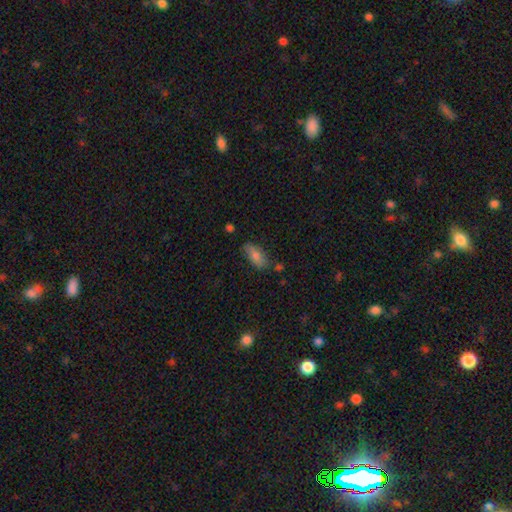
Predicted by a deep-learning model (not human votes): A smooth galaxy with no disk features (78%) that is in between round and cigar-shaped (81%).

Vote fractions:
- Smooth or featured? smooth: 78% / featured or disk: 13% / star or artifact: 8%
- How rounded? in between: 81% / cigar-shaped: 17% / round: 3%
- Merging? none: 74% / minor disturbance: 18% / merger: 4% / major disturbance: 4%